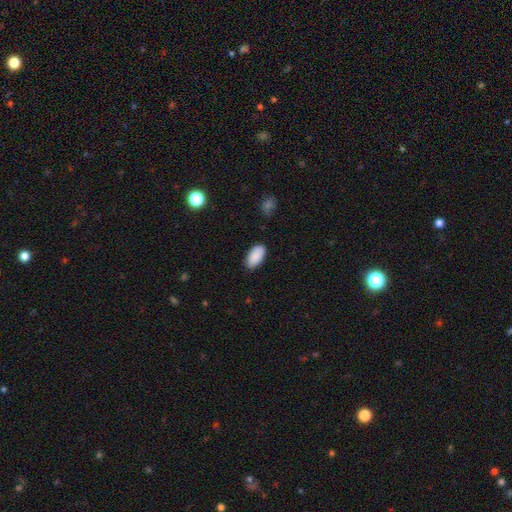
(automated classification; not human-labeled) Q: Smooth or featured?
A: smooth (90%); runner-up: star or artifact (6%)
Q: How rounded?
A: in between (95%); runner-up: cigar-shaped (2%)
Q: Merging?
A: none (84%); runner-up: minor disturbance (12%)